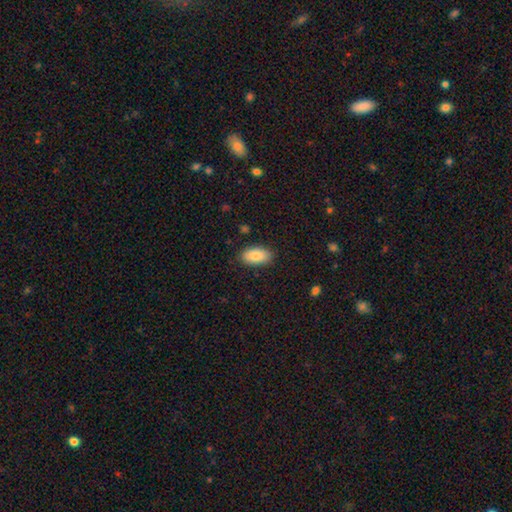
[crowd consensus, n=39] Smooth or featured? 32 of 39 (82%) said smooth. How rounded? 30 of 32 (94%) said in between. Merging? 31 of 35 (89%) said none.